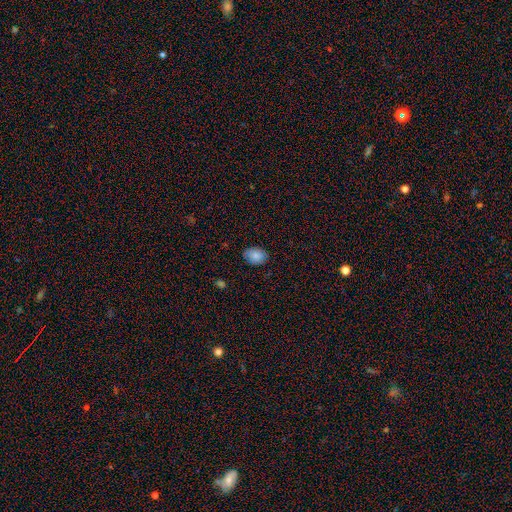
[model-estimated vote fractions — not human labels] Q: Smooth or featured?
A: smooth (85%); runner-up: star or artifact (8%)
Q: How rounded?
A: in between (75%); runner-up: round (24%)
Q: Merging?
A: none (80%); runner-up: minor disturbance (17%)